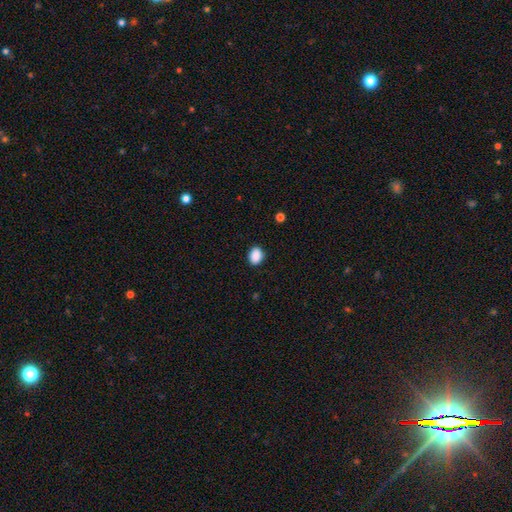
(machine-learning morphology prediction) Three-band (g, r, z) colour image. It shows a smooth galaxy with no disk features (89%) that is in between round and cigar-shaped (63%). Merging: none (88%).